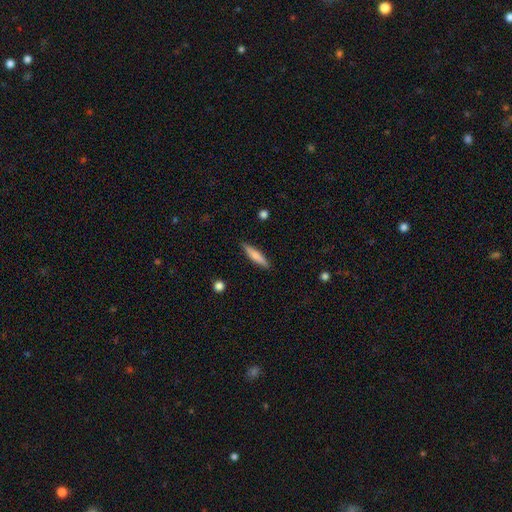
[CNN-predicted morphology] This appears to be a smooth galaxy with no disk features (72%) that is cigar-shaped (86%). Merging: none (88%).